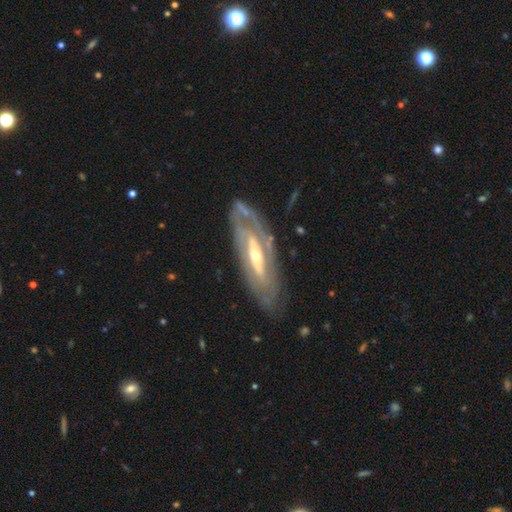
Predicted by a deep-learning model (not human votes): Q: Smooth or featured?
A: featured or disk (83%); runner-up: smooth (12%)
Q: Edge-on disk?
A: no (81%); runner-up: yes (19%)
Q: Bar?
A: strong (37%); runner-up: no (33%)
Q: Spiral arms?
A: yes (75%); runner-up: no (25%)
Q: Spiral winding?
A: tight (59%); runner-up: medium (30%)
Q: Spiral arm count?
A: 2 (42%); runner-up: can't tell (40%)
Q: Bulge size?
A: moderate (51%); runner-up: small (44%)
Q: Merging?
A: none (72%); runner-up: minor disturbance (17%)